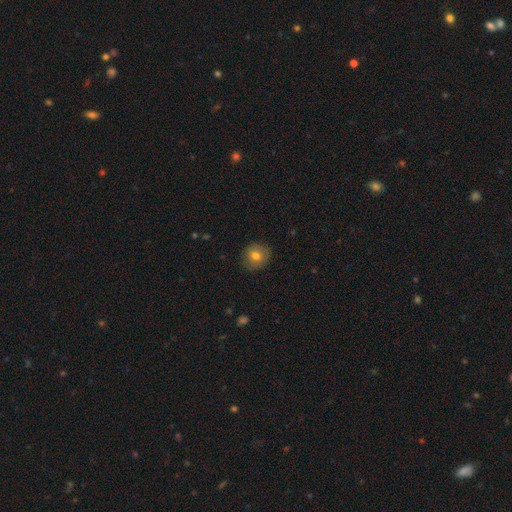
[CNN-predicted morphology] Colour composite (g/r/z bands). It shows a smooth galaxy with no disk features (73%) that is round (87%). Merging: none (86%).